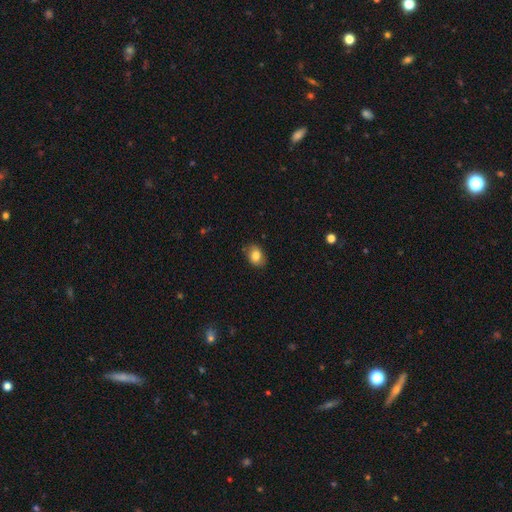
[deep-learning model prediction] Smooth or featured: smooth — 83% (star or artifact — 8%)
How rounded: in between — 69% (round — 30%)
Merging: none — 81% (minor disturbance — 15%)